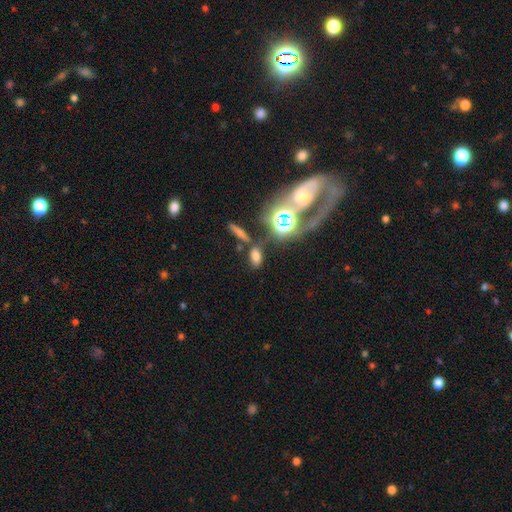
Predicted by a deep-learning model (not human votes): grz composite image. It shows a smooth galaxy with no disk features (64%) that is in between round and cigar-shaped (76%). Merging: none (62%).